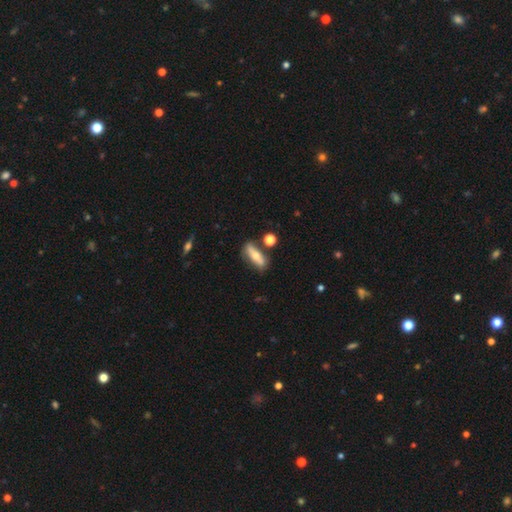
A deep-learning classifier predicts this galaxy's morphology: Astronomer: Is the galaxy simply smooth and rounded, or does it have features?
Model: smooth — 54% (runner-up: featured or disk, 39%).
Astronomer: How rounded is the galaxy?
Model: in between — 49% (runner-up: cigar-shaped, 47%).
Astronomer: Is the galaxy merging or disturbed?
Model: none — 70%.